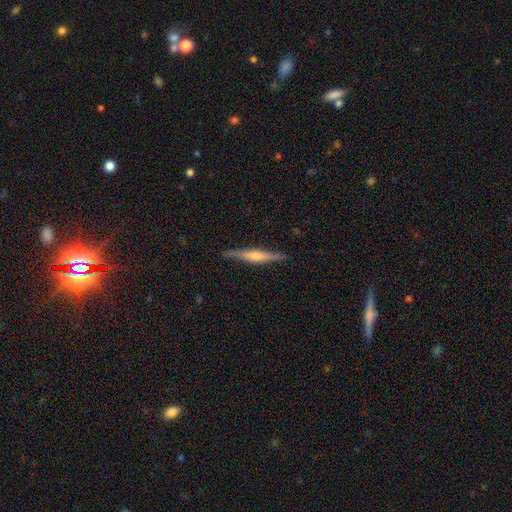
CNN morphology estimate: A featured or disk galaxy (72%) viewed edge-on (97%) with a rounded central bulge (65%). Merging: none (89%).